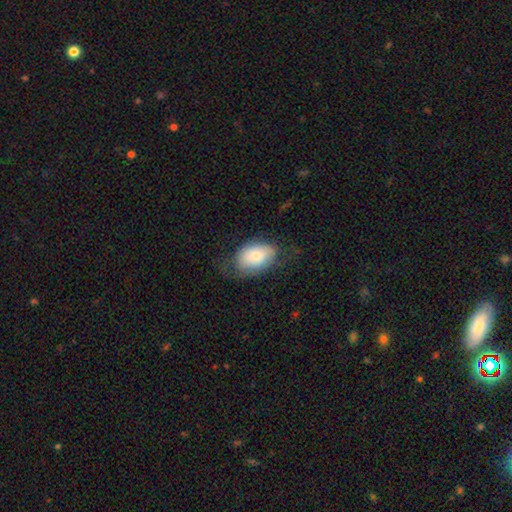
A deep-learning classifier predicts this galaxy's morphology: smooth 74%, featured or disk 19%, star or artifact 7%. Down the decision tree: how rounded — in between (88%); merging — none (57%).